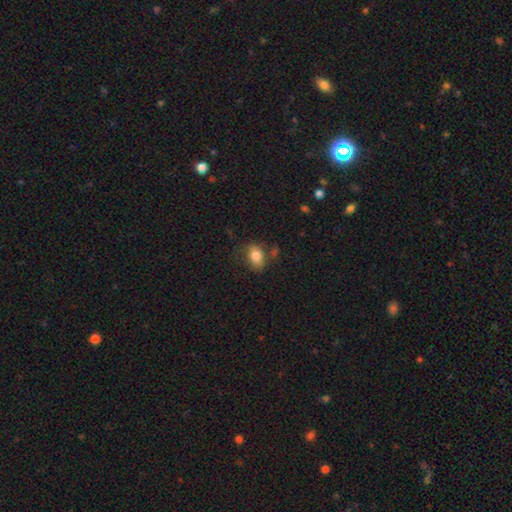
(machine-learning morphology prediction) Overall: smooth (80%). How rounded: in between (75%). Merging: none (60%; minor disturbance 23%).